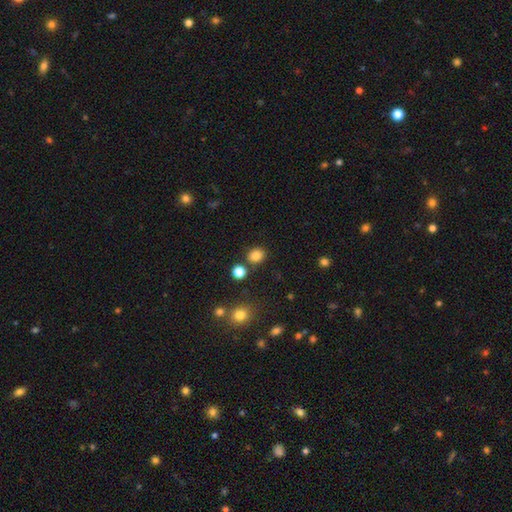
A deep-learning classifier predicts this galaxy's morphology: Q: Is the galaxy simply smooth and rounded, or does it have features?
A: smooth — 83%.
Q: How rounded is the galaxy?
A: round — 72%.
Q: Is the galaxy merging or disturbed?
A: none — 82%.